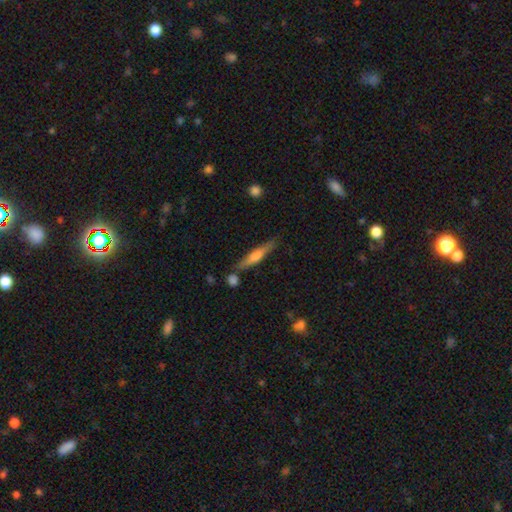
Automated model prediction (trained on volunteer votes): Smooth or featured? Predicted: featured or disk (p=0.49). Merging? Predicted: none (p=0.78).